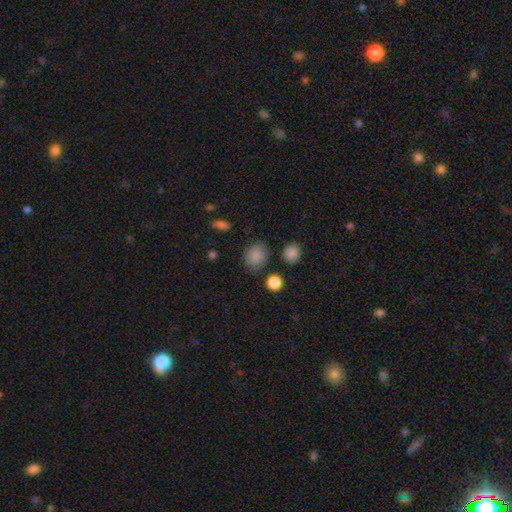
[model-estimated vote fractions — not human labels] Q: Smooth or featured?
A: smooth (84%); runner-up: star or artifact (11%)
Q: How rounded?
A: round (71%); runner-up: in between (28%)
Q: Merging?
A: none (77%); runner-up: minor disturbance (15%)